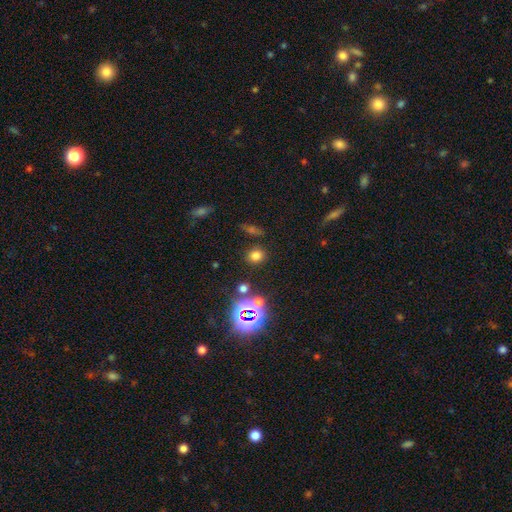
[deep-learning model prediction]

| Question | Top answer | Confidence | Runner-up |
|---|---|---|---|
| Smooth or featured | smooth | 68% | star or artifact (24%) |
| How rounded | round | 67% | in between (31%) |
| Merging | none | 83% | minor disturbance (9%) |